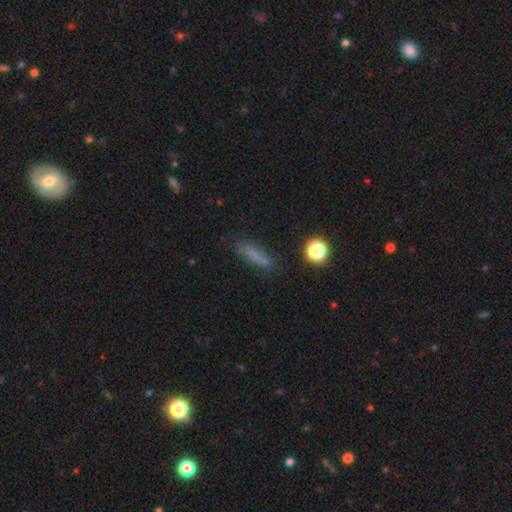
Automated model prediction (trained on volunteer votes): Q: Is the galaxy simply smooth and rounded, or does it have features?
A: smooth — 74%.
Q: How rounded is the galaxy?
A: cigar-shaped — 72%.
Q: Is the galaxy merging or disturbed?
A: none — 74%.